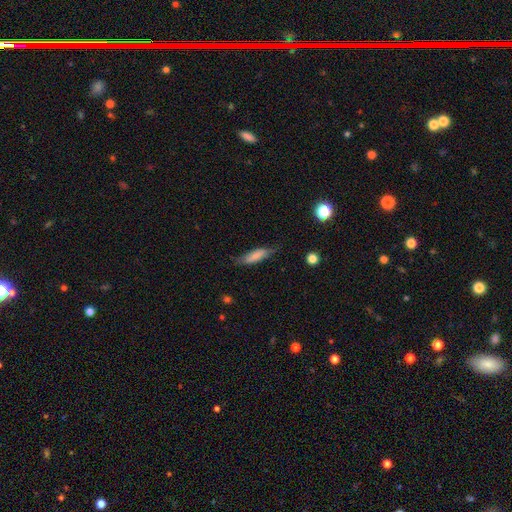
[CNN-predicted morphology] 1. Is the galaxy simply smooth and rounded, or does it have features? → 72% smooth, 22% featured or disk, 7% star or artifact.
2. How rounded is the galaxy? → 55% cigar-shaped, 43% in between, 2% round.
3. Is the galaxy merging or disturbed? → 66% none, 26% minor disturbance, 7% major disturbance, 2% merger.